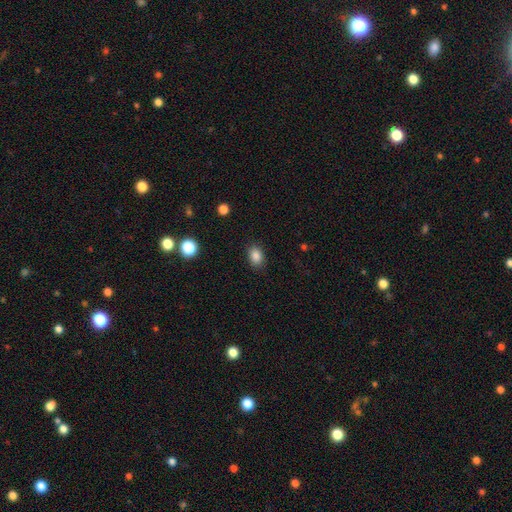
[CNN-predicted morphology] A smooth galaxy with no disk features (86%) that is in between round and cigar-shaped (74%). Merging: none (87%).